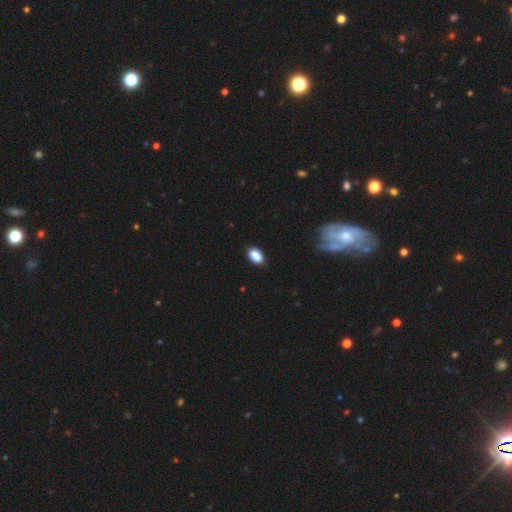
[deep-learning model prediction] smooth-or-featured: smooth: 88% | star or artifact: 8% | featured or disk: 4%
  how-rounded: in between: 91% | round: 7% | cigar-shaped: 2%
  merging: none: 86% | minor disturbance: 11% | major disturbance: 2% | merger: 1%